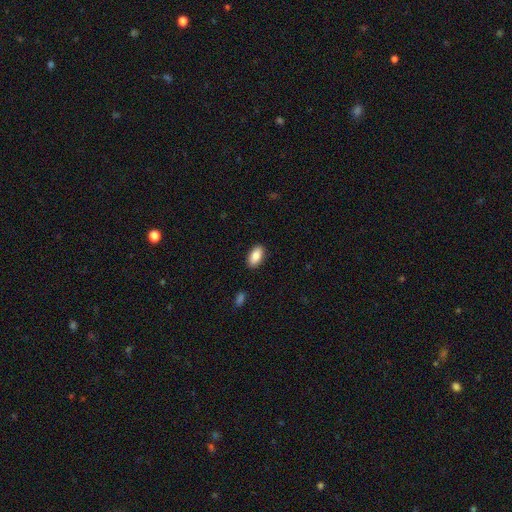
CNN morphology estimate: A smooth galaxy with no disk features (87%) that is in between round and cigar-shaped (93%).

Vote fractions:
- Smooth or featured? smooth: 87% / featured or disk: 7% / star or artifact: 7%
- How rounded? in between: 93% / cigar-shaped: 4% / round: 3%
- Merging? none: 89% / minor disturbance: 8% / major disturbance: 2% / merger: 1%